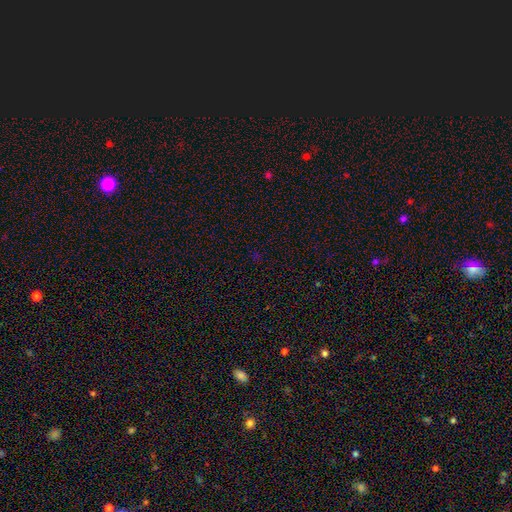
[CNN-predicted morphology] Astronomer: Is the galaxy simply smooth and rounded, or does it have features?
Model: star or artifact — 65%.